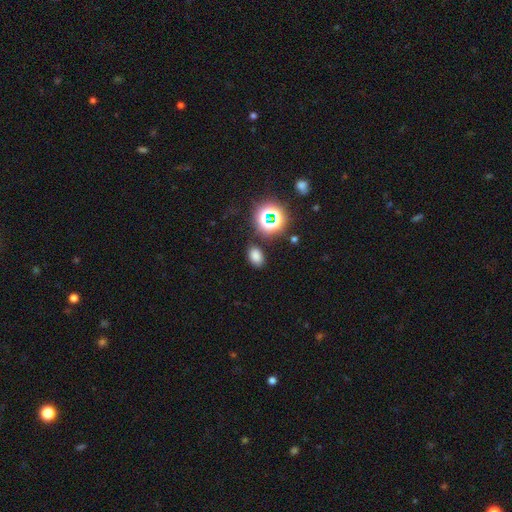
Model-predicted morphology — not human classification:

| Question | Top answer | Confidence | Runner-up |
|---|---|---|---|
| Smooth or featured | smooth | 72% | star or artifact (22%) |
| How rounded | in between | 80% | round (18%) |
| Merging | none | 83% | minor disturbance (11%) |